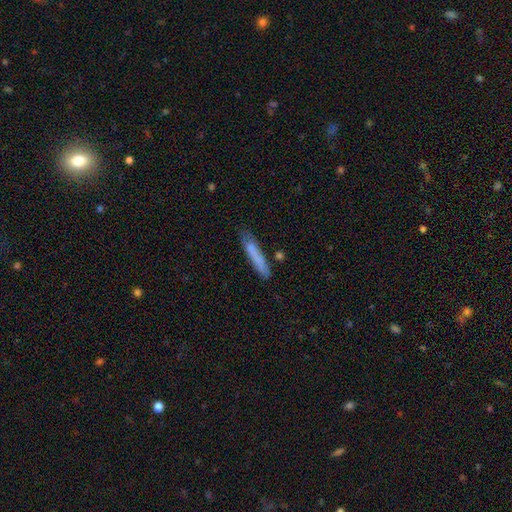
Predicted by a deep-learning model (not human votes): A smooth galaxy with no disk features (73%) that is cigar-shaped (92%).

Vote fractions:
- Smooth or featured? smooth: 73% / featured or disk: 19% / star or artifact: 7%
- How rounded? cigar-shaped: 92% / in between: 7% / round: 1%
- Merging? none: 75% / minor disturbance: 17% / major disturbance: 4% / merger: 4%